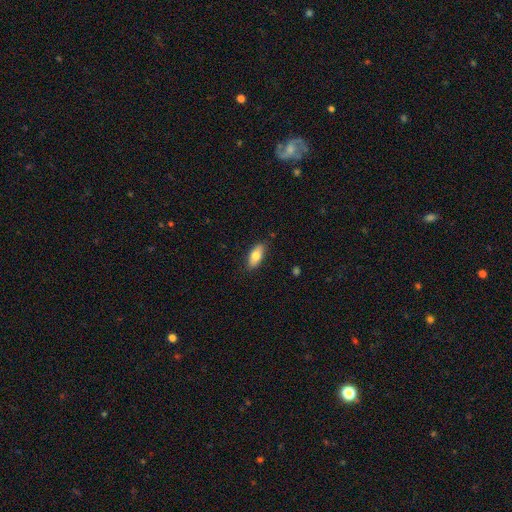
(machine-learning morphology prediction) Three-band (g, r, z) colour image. It shows a smooth galaxy with no disk features (75%) that is in between round and cigar-shaped (84%). Merging: none (85%).